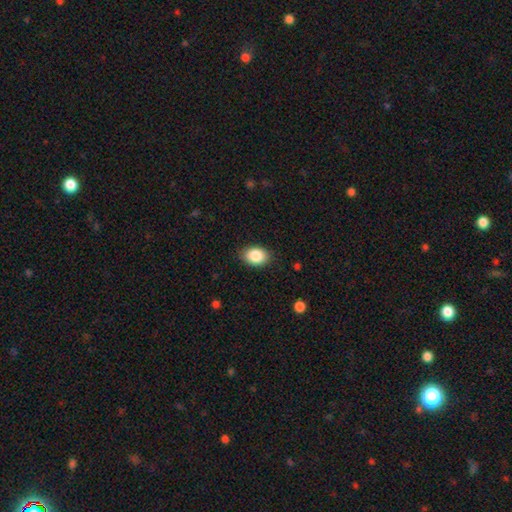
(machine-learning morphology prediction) Overall: smooth (87%). How rounded: in between (77%). Merging: none (86%).